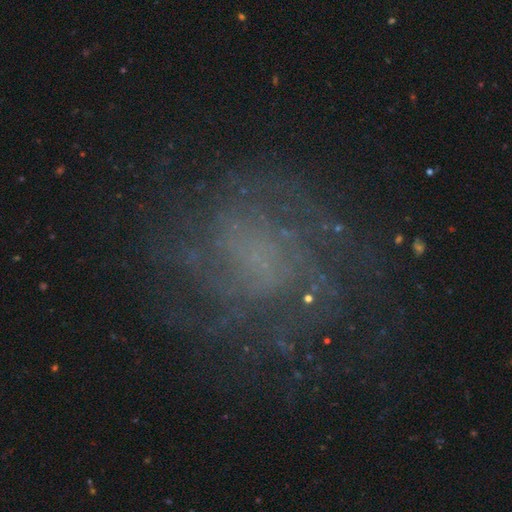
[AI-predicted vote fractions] Smooth or featured? Predicted: featured or disk (p=0.75). Edge-on disk? Predicted: no (p=0.98). Bar? Predicted: no (p=0.65). Spiral arms? Predicted: yes (p=0.87). Spiral winding? Predicted: tight (p=0.45). Spiral arm count? Predicted: can't tell (p=0.46). Bulge size? Predicted: none (p=0.47). Merging? Predicted: none (p=0.70).